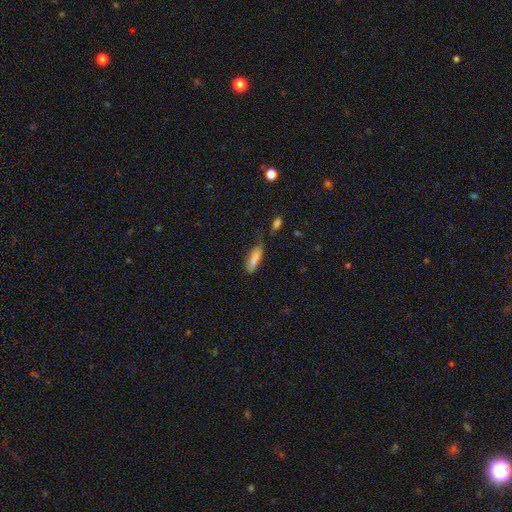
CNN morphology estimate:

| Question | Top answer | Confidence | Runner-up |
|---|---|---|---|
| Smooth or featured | smooth | 81% | featured or disk (10%) |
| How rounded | cigar-shaped | 57% | in between (41%) |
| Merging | none | 50% | minor disturbance (32%) |